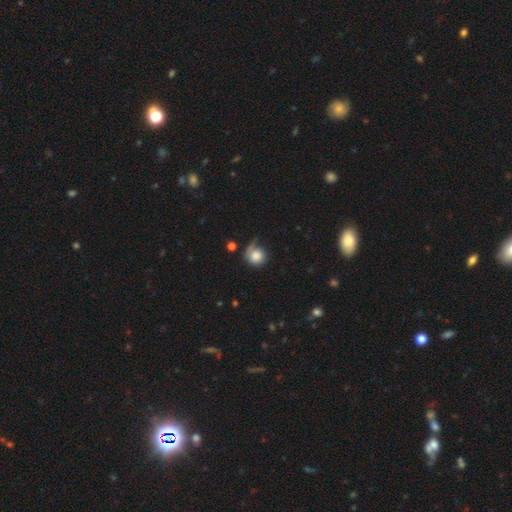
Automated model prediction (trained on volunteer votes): Q: Smooth or featured?
A: smooth (78%); runner-up: featured or disk (13%)
Q: How rounded?
A: round (88%); runner-up: in between (11%)
Q: Merging?
A: none (49%); runner-up: minor disturbance (25%)